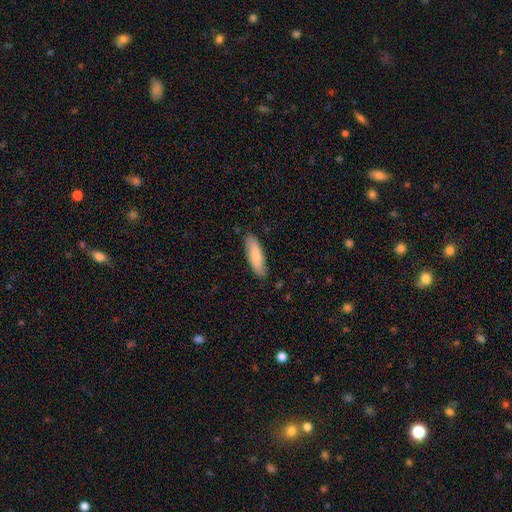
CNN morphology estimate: Q: Smooth or featured?
A: smooth (79%); runner-up: featured or disk (16%)
Q: How rounded?
A: cigar-shaped (58%); runner-up: in between (41%)
Q: Merging?
A: none (86%); runner-up: minor disturbance (11%)